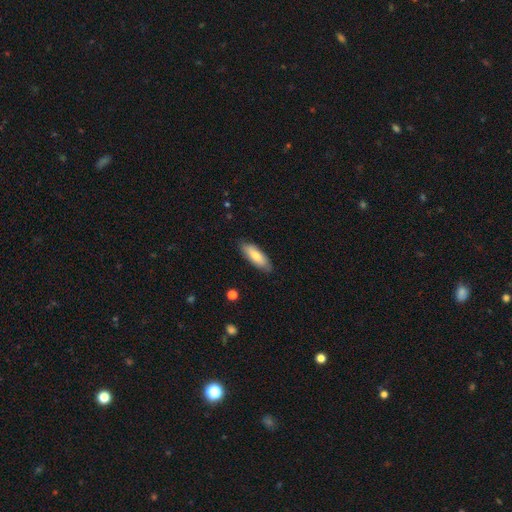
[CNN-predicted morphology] Smooth or featured: smooth — 75% (featured or disk — 19%)
How rounded: in between — 64% (cigar-shaped — 34%)
Merging: none — 85% (minor disturbance — 12%)